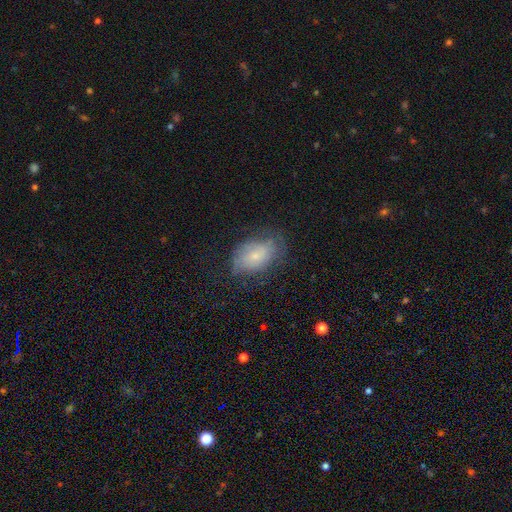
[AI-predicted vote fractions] Smooth or featured? Predicted: smooth (p=0.55). How rounded? Predicted: in between (p=0.87). Merging? Predicted: none (p=0.57).